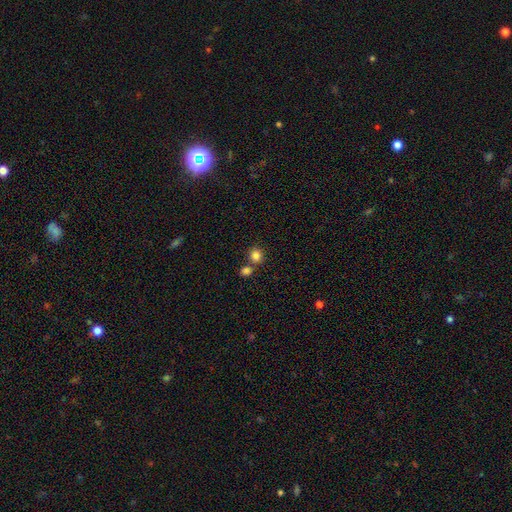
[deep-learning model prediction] Smooth or featured?
  - smooth: 83% *
  - star or artifact: 11%
  - featured or disk: 5%
How rounded?
  - round: 86% *
  - in between: 13%
  - cigar-shaped: 1%
Merging?
  - none: 65% *
  - merger: 26%
  - minor disturbance: 7%
  - major disturbance: 3%